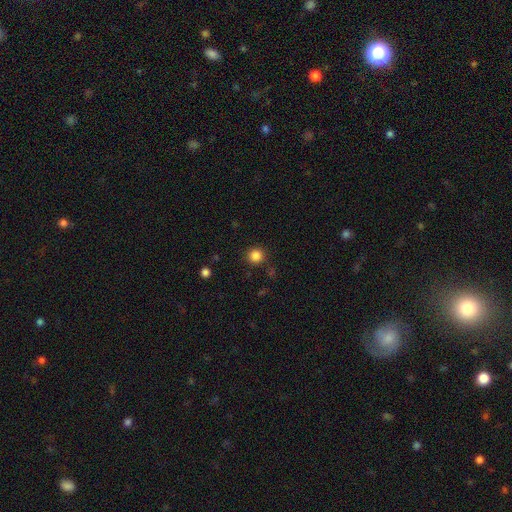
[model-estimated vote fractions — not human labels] The model was most divided on "smooth or featured": smooth: 85%, star or artifact: 12%, featured or disk: 3%. More confident: how rounded — round (94%); merging — none (88%).